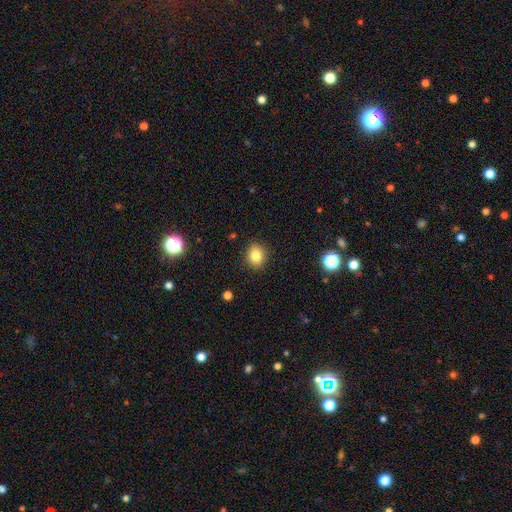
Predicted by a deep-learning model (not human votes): Q: Smooth or featured?
A: smooth (83%); runner-up: star or artifact (11%)
Q: How rounded?
A: round (62%); runner-up: in between (37%)
Q: Merging?
A: none (88%); runner-up: minor disturbance (8%)